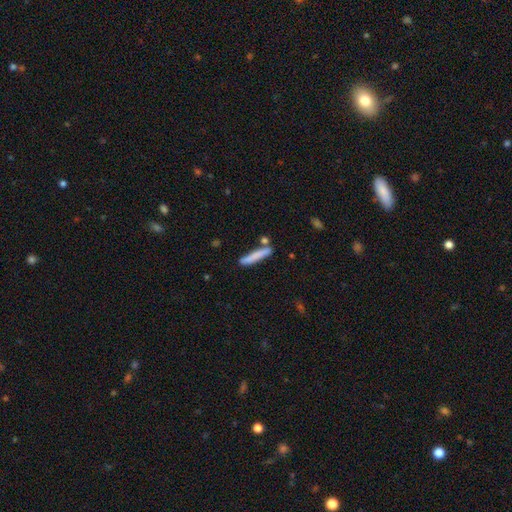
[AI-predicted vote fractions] smooth_or_featured: smooth (p=0.76) [alt: featured or disk p=0.17]
how_rounded: cigar-shaped (p=0.93) [alt: in between p=0.05]
merging: none (p=0.76) [alt: minor disturbance p=0.13]